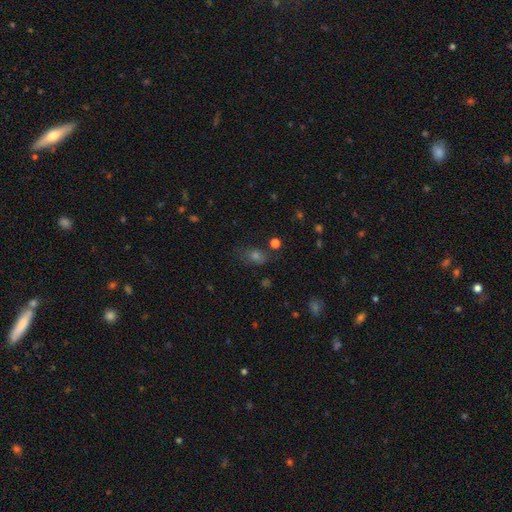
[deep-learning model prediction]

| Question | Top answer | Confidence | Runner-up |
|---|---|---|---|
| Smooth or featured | smooth | 56% | star or artifact (31%) |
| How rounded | in between | 69% | round (27%) |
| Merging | none | 69% | minor disturbance (18%) |